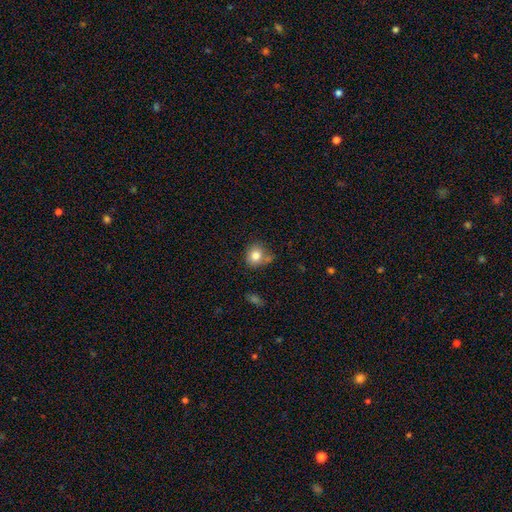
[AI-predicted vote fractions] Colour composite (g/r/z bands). It shows a smooth galaxy with no disk features (81%) that is round (76%). Merging: none (61%).